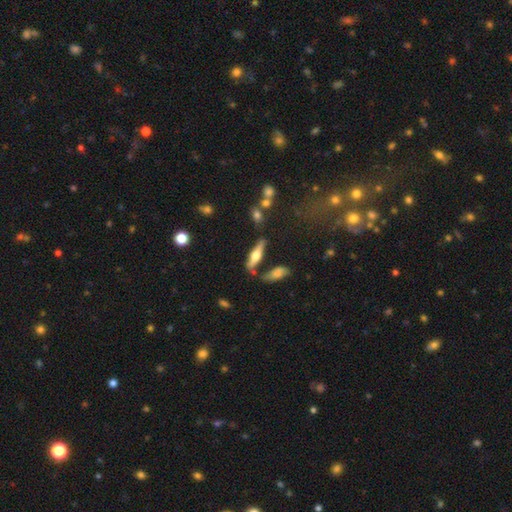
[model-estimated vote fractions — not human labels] The model was most divided on "smooth or featured": featured or disk: 52%, smooth: 40%, star or artifact: 8%. More confident: edge-on disk — yes (91%); merging — none (68%).